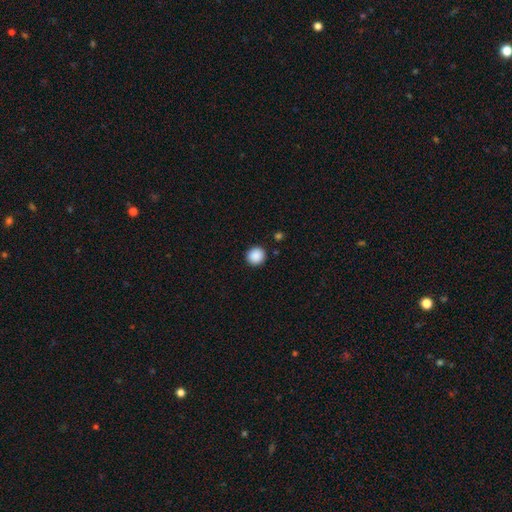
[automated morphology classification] smooth-or-featured: smooth: 89% | star or artifact: 9% | featured or disk: 2%
  how-rounded: round: 93% | in between: 6% | cigar-shaped: 1%
  merging: none: 91% | minor disturbance: 5% | major disturbance: 2% | merger: 1%